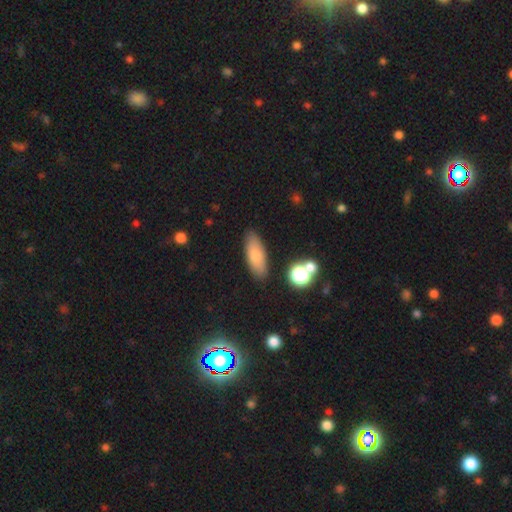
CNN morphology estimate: smooth-or-featured: smooth: 77% | featured or disk: 15% | star or artifact: 8%
  how-rounded: in between: 69% | cigar-shaped: 27% | round: 3%
  merging: none: 84% | minor disturbance: 11% | merger: 3% | major disturbance: 3%